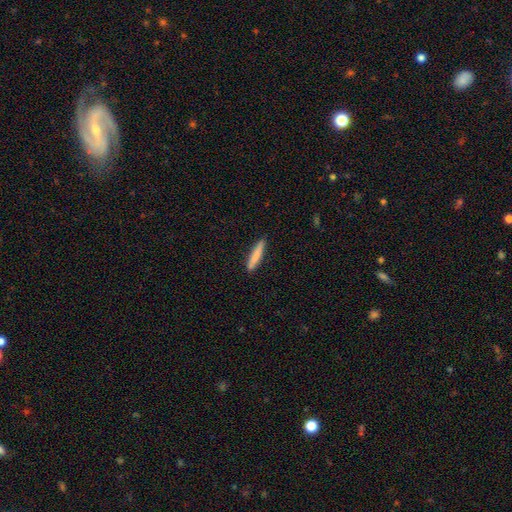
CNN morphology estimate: This appears to be a smooth galaxy with no disk features (82%) that is cigar-shaped (92%). Merging: none (89%).